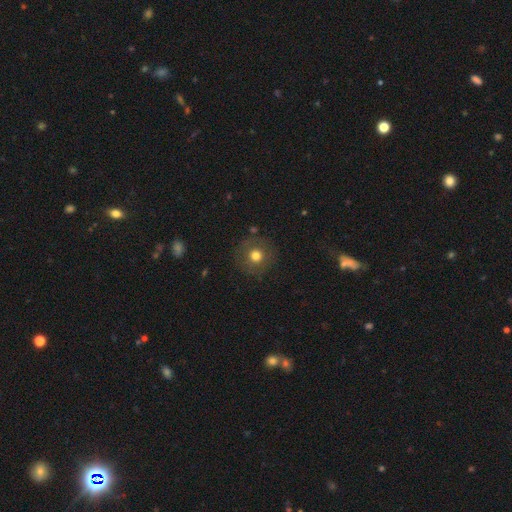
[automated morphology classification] Smooth or featured? Predicted: smooth (p=0.69). How rounded? Predicted: round (p=0.94). Merging? Predicted: none (p=0.85).